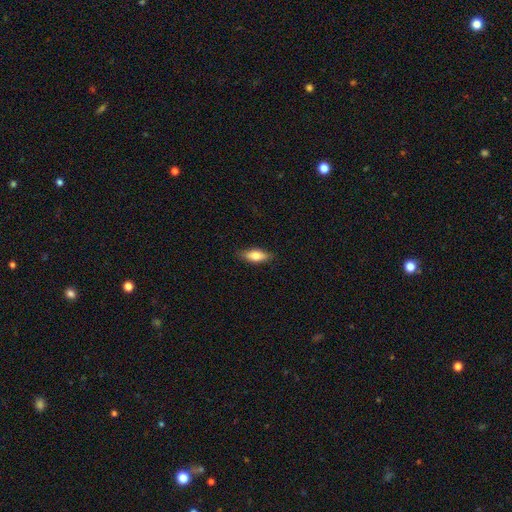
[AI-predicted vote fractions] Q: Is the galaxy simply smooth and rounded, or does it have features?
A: smooth — 72%.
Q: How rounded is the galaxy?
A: in between — 74%.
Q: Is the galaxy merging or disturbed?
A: none — 84%.